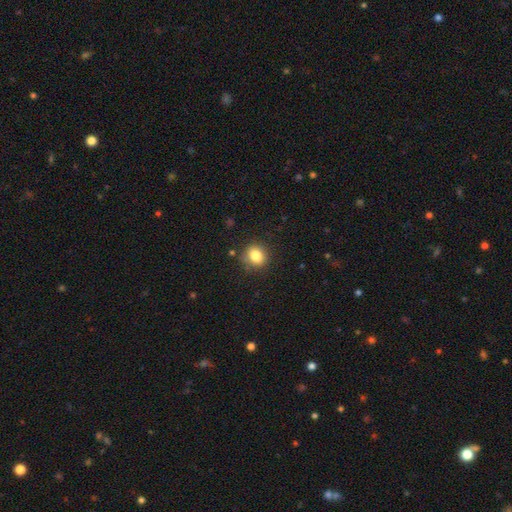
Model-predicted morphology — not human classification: A smooth galaxy with no disk features (83%) that is round (73%). Merging: none (83%).